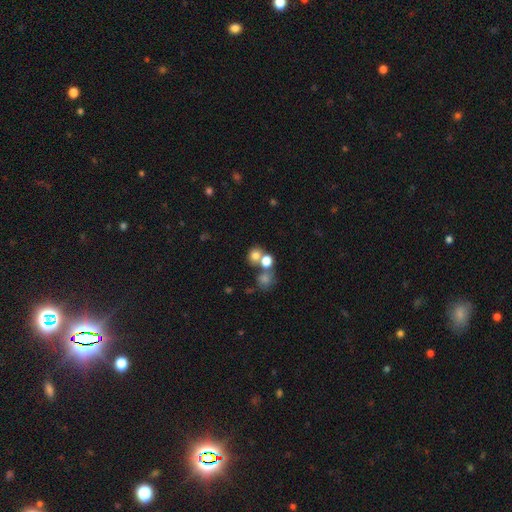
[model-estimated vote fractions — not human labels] Morphology: type=smooth (73%); roundness=round (76%); merging=none (48%).